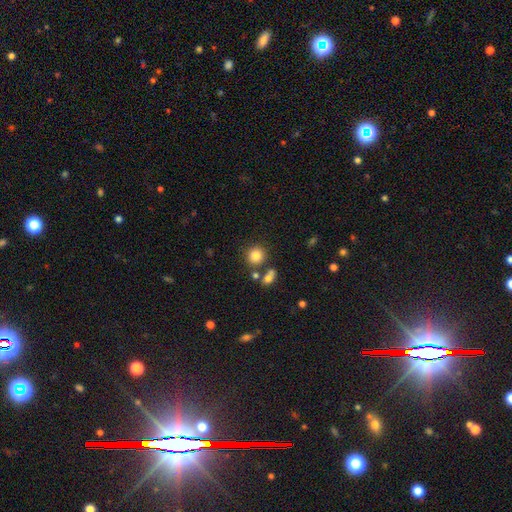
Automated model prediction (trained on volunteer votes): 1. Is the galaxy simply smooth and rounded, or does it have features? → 82% smooth, 11% star or artifact, 7% featured or disk.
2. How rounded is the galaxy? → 90% round, 9% in between, 1% cigar-shaped.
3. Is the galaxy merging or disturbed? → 75% none, 13% merger, 9% minor disturbance, 3% major disturbance.